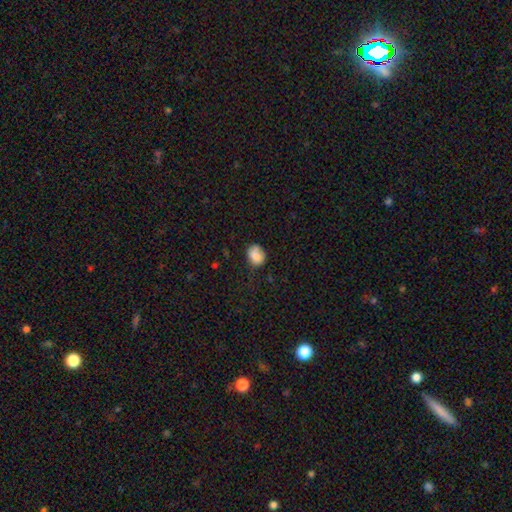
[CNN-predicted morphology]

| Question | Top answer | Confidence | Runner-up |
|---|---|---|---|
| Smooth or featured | smooth | 82% | featured or disk (10%) |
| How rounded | round | 51% | in between (48%) |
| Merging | none | 59% | minor disturbance (29%) |